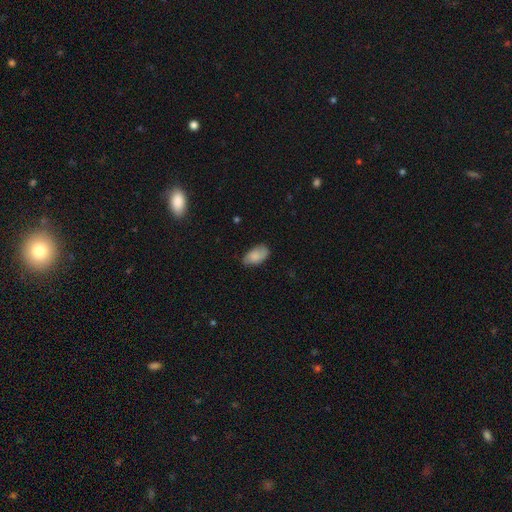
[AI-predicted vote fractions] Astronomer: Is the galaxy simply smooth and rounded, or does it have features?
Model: smooth — 80%.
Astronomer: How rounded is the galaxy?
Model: in between — 94%.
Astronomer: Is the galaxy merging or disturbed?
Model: none — 74%.